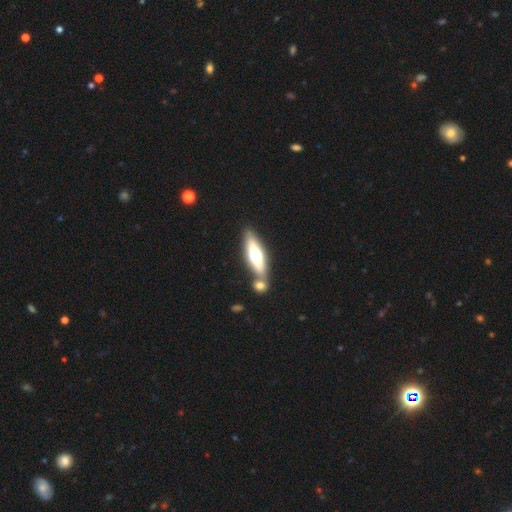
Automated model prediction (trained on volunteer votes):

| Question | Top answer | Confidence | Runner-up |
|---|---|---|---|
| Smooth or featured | featured or disk | 48% | smooth (46%) |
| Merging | none | 60% | merger (26%) |